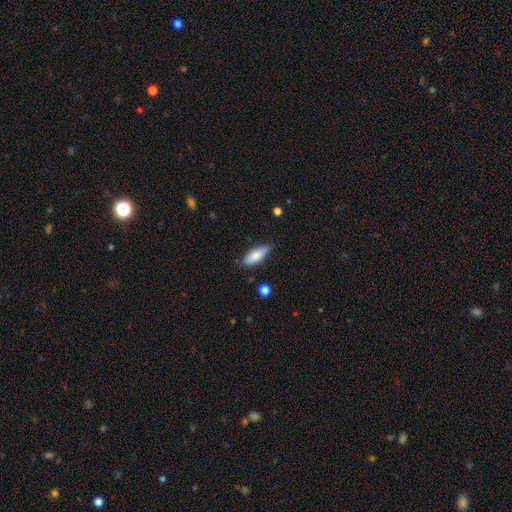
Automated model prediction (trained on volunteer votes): Smooth or featured: smooth — 78% (featured or disk — 16%)
How rounded: in between — 74% (cigar-shaped — 24%)
Merging: none — 76% (minor disturbance — 19%)